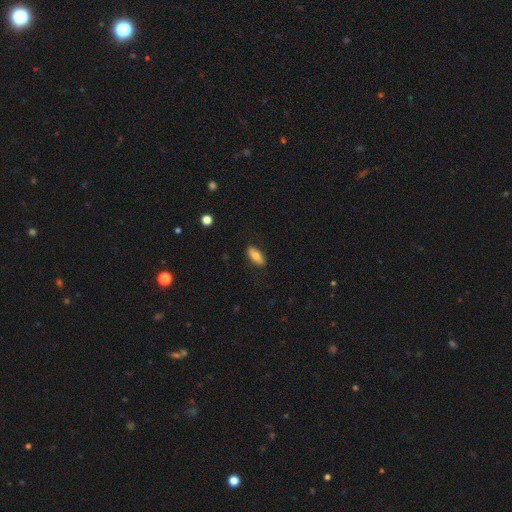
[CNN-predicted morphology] smooth_or_featured: smooth (p=0.74) [alt: featured or disk p=0.19]
how_rounded: in between (p=0.83) [alt: cigar-shaped p=0.14]
merging: none (p=0.86) [alt: minor disturbance p=0.10]